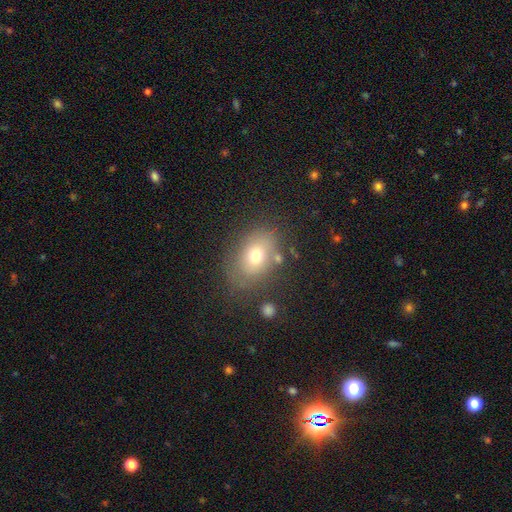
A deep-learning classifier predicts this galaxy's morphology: Smooth or featured? smooth (68%)
How rounded? in between (70%)
Merging? none (68%)